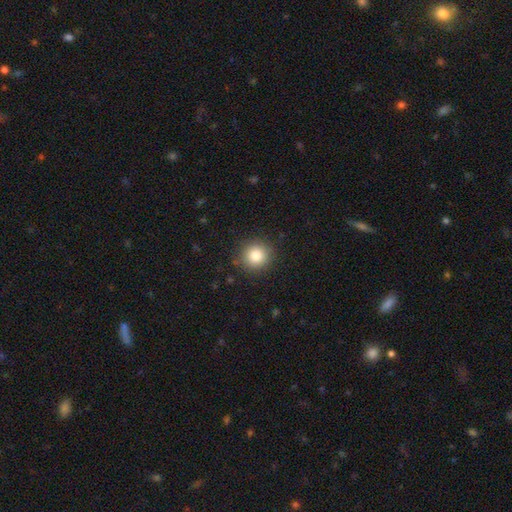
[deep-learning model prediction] Smooth or featured? smooth (83%)
How rounded? round (92%)
Merging? none (89%)